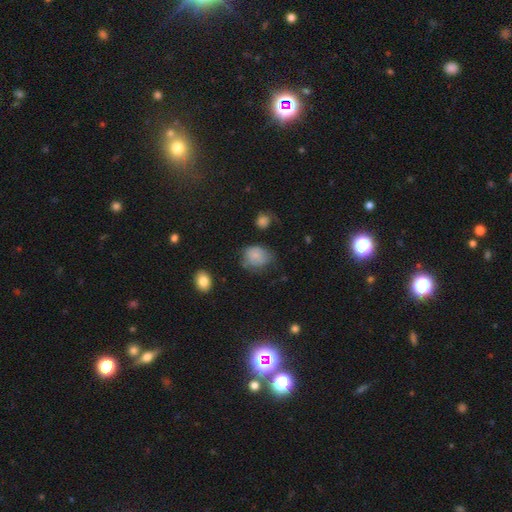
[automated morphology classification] This appears to be a smooth galaxy with no disk features (72%) that is round (60%). Merging: none (45%).